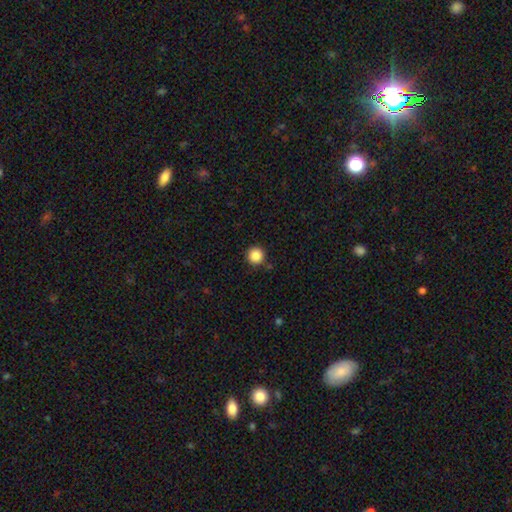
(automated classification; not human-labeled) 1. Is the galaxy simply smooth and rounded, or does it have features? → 86% smooth, 10% star or artifact, 4% featured or disk.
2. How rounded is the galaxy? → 96% round, 3% in between, 1% cigar-shaped.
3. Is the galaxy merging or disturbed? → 90% none, 6% minor disturbance, 2% merger, 2% major disturbance.